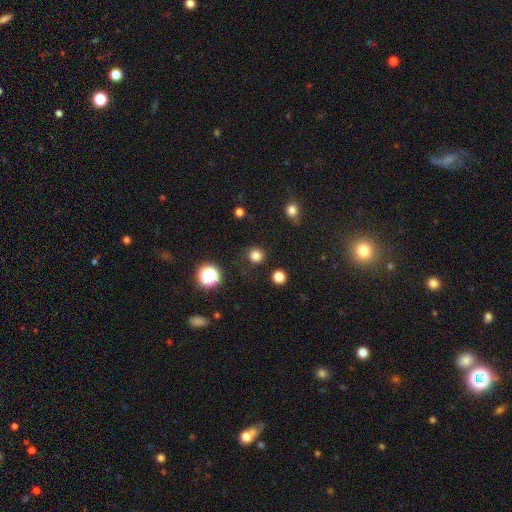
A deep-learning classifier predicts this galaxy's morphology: Q: Smooth or featured?
A: smooth (81%); runner-up: star or artifact (15%)
Q: How rounded?
A: round (93%); runner-up: in between (6%)
Q: Merging?
A: none (88%); runner-up: minor disturbance (7%)